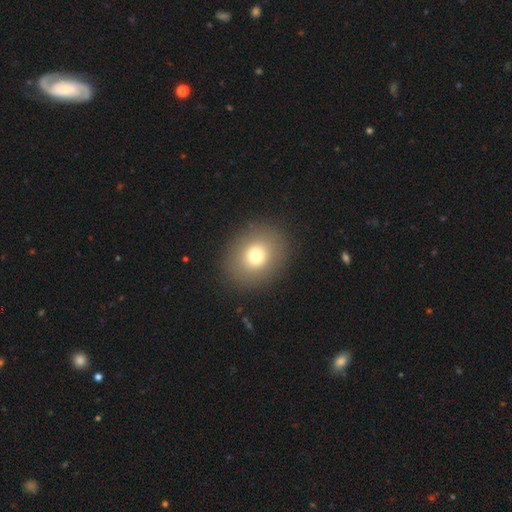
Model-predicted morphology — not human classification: type=smooth (76%); roundness=round (61%); merging=none (89%).